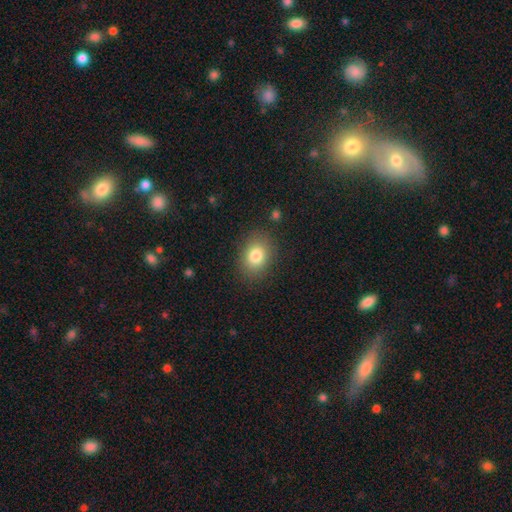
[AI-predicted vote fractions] Smooth or featured?
  - smooth: 82% *
  - star or artifact: 10%
  - featured or disk: 9%
How rounded?
  - in between: 65% *
  - round: 34%
  - cigar-shaped: 1%
Merging?
  - none: 85% *
  - minor disturbance: 10%
  - major disturbance: 4%
  - merger: 2%